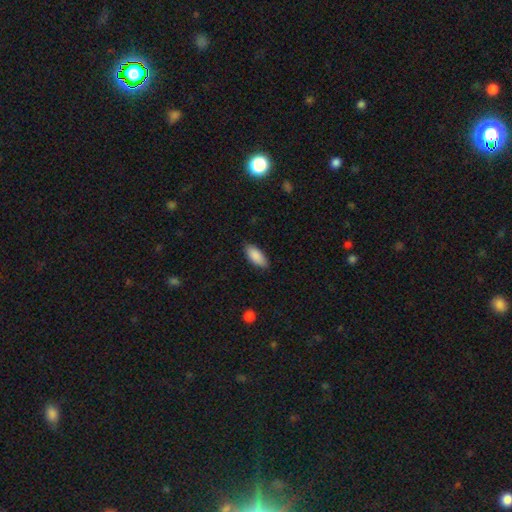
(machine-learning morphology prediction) type=smooth (88%); roundness=in between (87%); merging=none (83%).